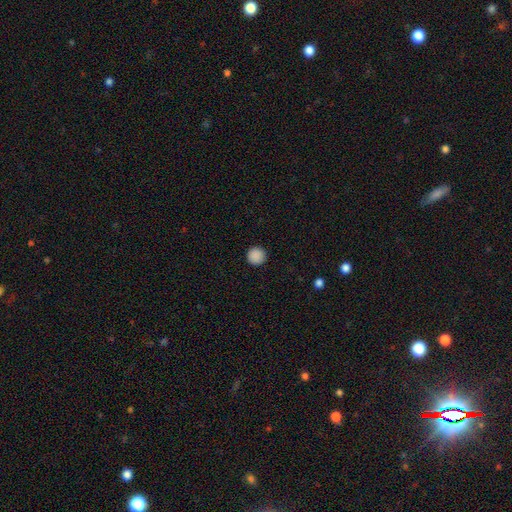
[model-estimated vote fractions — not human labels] smooth-or-featured: smooth: 89% | star or artifact: 9% | featured or disk: 2%
  how-rounded: round: 96% | in between: 3% | cigar-shaped: 1%
  merging: none: 93% | minor disturbance: 5% | major disturbance: 2% | merger: 1%